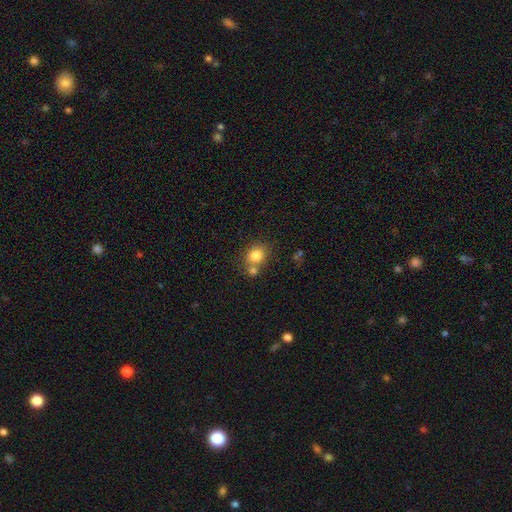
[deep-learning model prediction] Smooth or featured? smooth (81%)
How rounded? round (70%)
Merging? none (57%)